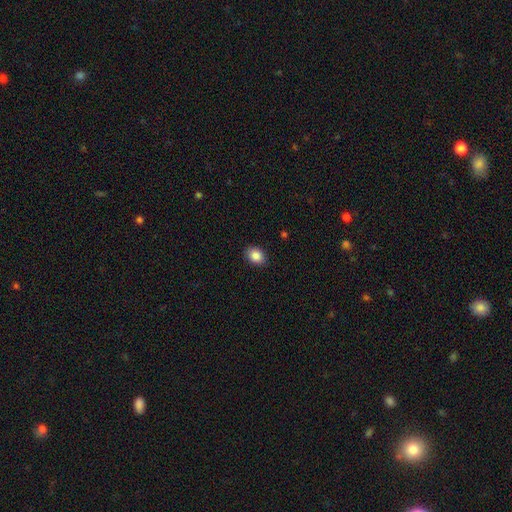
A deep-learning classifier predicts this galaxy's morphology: This appears to be a smooth galaxy with no disk features (87%) that is in between round and cigar-shaped (64%). Merging: none (89%).